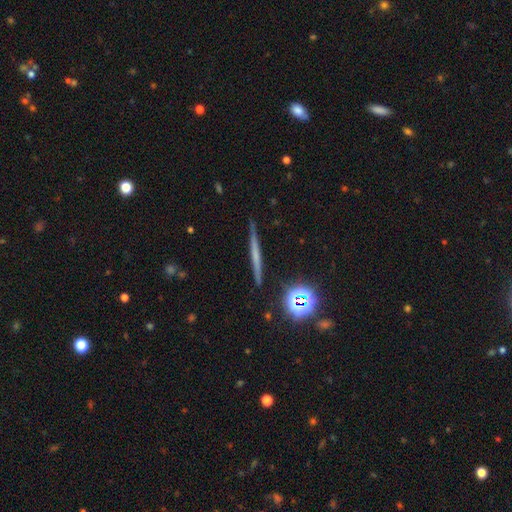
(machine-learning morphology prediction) The model was most divided on "smooth or featured": featured or disk: 47%, smooth: 38%, star or artifact: 15%. More confident: merging — none (89%).